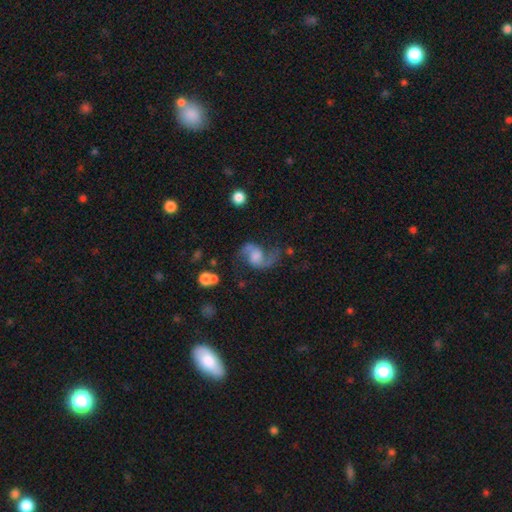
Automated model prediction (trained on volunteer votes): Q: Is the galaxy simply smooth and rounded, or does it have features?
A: featured or disk — 85%.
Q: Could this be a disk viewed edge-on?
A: no — 98%.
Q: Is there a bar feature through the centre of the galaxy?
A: no — 54%.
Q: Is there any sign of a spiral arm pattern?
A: yes — 96%.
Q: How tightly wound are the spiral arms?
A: loose — 62%.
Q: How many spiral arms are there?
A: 2 — 93%.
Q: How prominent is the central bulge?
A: moderate — 33%.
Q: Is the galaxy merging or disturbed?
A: none — 67%.